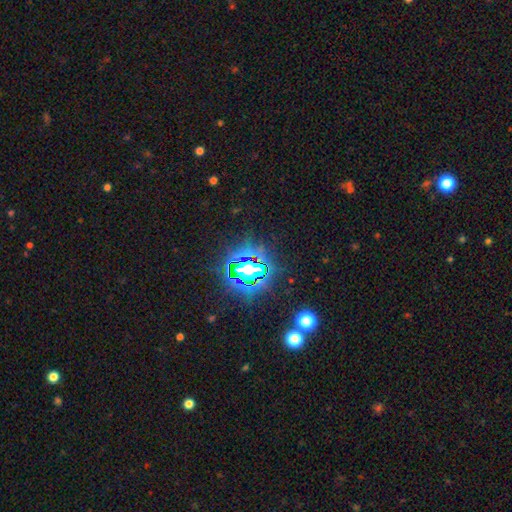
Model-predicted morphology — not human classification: type=star or artifact (83%).